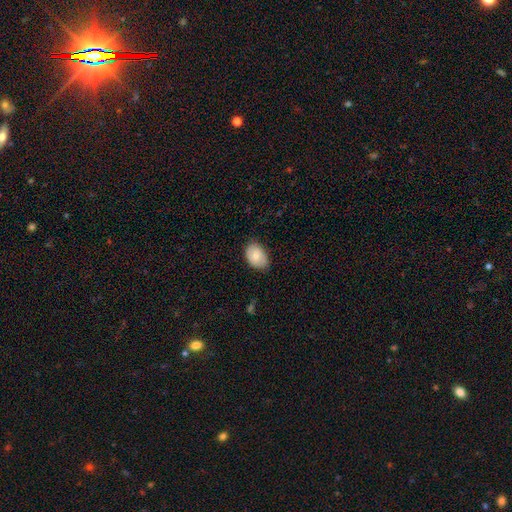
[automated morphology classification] smooth-or-featured: smooth: 79% | featured or disk: 15% | star or artifact: 7%
  how-rounded: in between: 85% | round: 14% | cigar-shaped: 1%
  merging: none: 76% | minor disturbance: 20% | major disturbance: 3% | merger: 1%